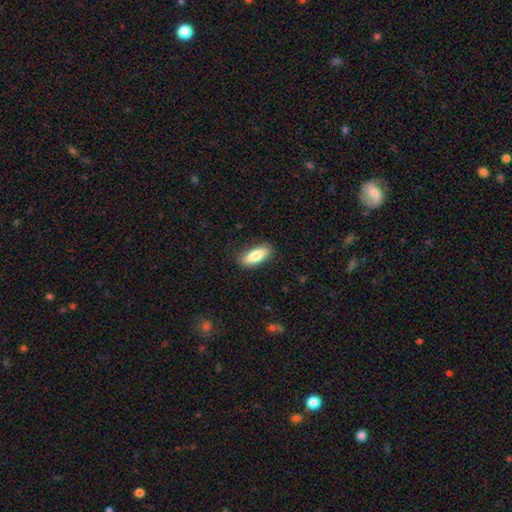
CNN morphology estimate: A smooth galaxy with no disk features (79%) that is in between round and cigar-shaped (71%). Merging: none (86%).